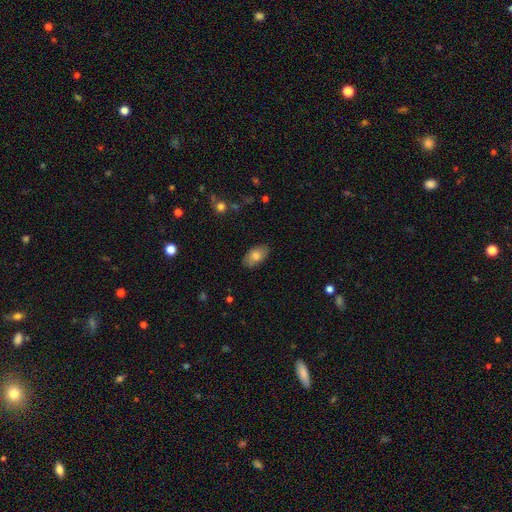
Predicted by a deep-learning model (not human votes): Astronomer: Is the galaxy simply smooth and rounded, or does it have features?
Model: smooth — 78%.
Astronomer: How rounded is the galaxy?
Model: in between — 93%.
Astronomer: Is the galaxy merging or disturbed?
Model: none — 82%.